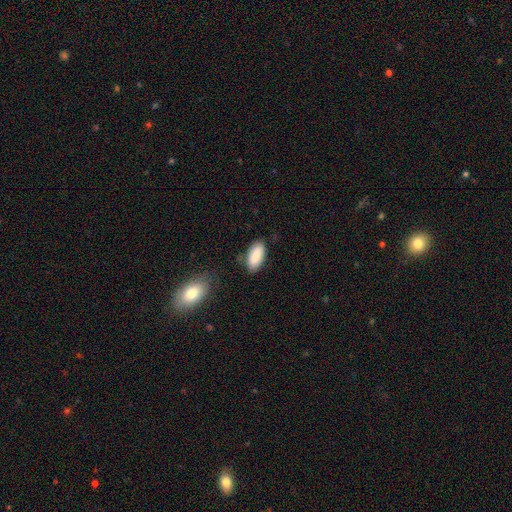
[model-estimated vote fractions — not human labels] Smooth or featured? smooth (87%)
How rounded? in between (90%)
Merging? none (79%)